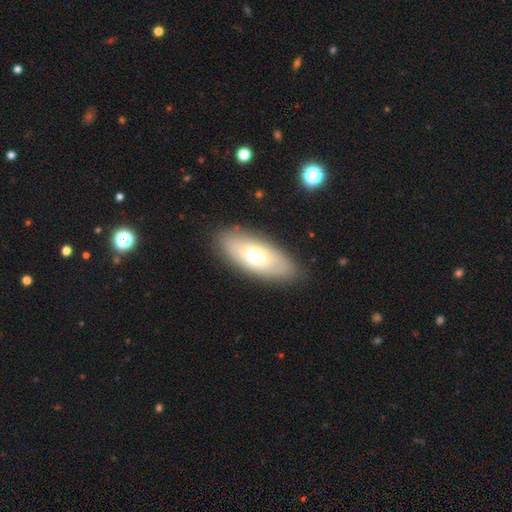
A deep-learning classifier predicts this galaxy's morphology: Smooth or featured: smooth — 58% (featured or disk — 35%)
How rounded: in between — 79% (cigar-shaped — 18%)
Merging: none — 84% (minor disturbance — 11%)